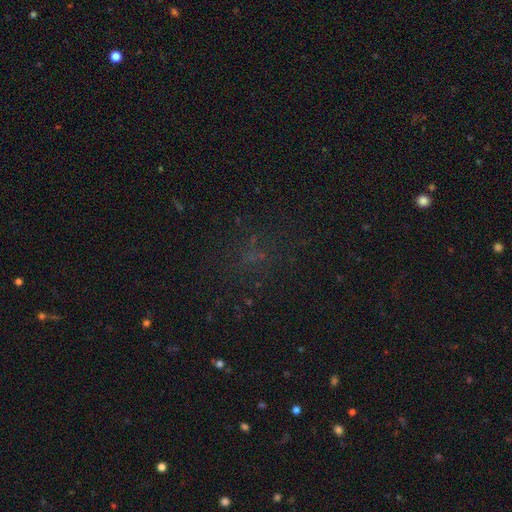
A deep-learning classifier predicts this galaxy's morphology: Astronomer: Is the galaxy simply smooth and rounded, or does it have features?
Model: star or artifact — 53% (runner-up: smooth, 32%).